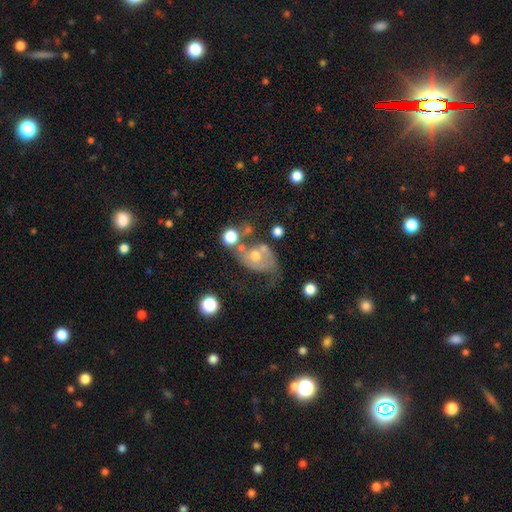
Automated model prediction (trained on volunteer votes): The model was most divided on "merging": none: 31%, major disturbance: 28%, minor disturbance: 23%, merger: 18%. More confident: edge-on disk — no (96%); smooth or featured — featured or disk (51%).